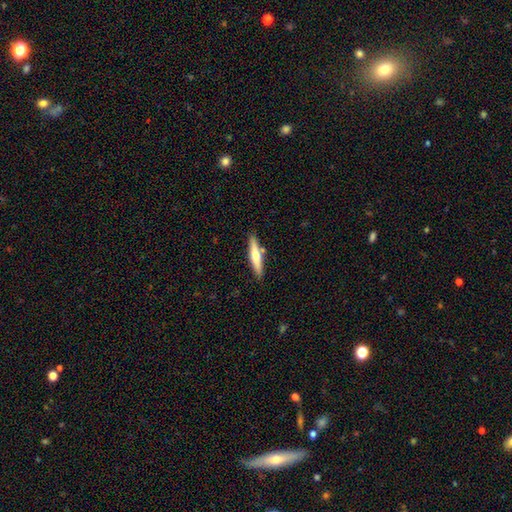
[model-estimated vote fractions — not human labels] The model was most divided on "smooth or featured": smooth: 53%, featured or disk: 41%, star or artifact: 6%. More confident: how rounded — cigar-shaped (88%); merging — none (84%).